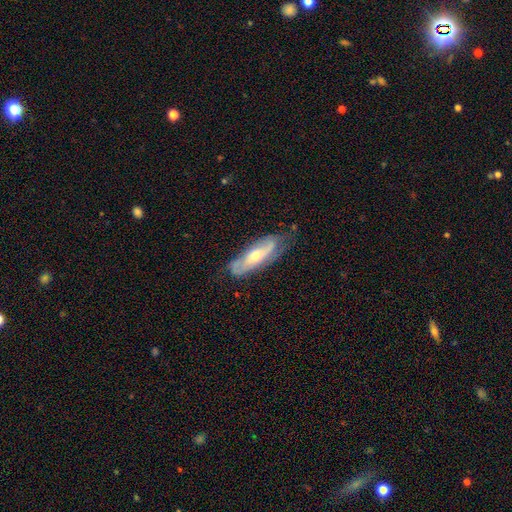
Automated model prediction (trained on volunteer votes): Overall: featured or disk (62%; smooth 32%). Edge-on disk: no (68%; yes 32%). Merging: none (63%; minor disturbance 27%).